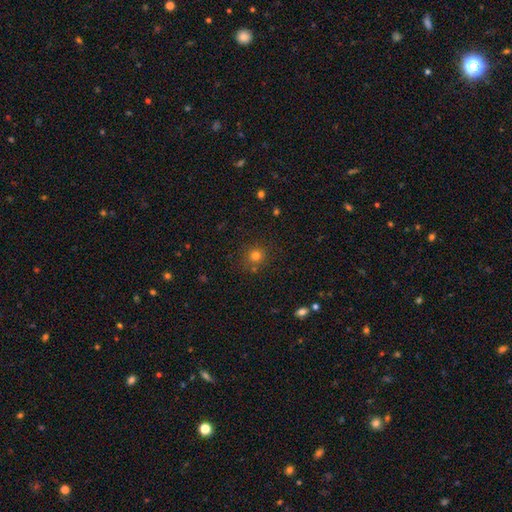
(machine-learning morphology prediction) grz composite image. It shows a smooth galaxy with no disk features (77%) that is round (90%). Merging: none (79%).